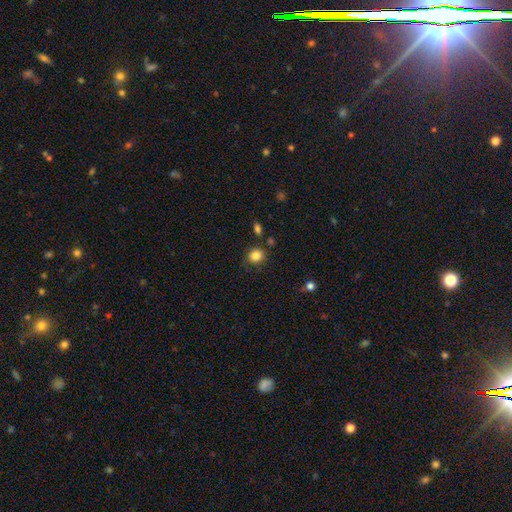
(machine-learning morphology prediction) The model was most divided on "how rounded": round: 76%, in between: 23%, cigar-shaped: 1%. More confident: smooth or featured — smooth (84%); merging — none (78%).